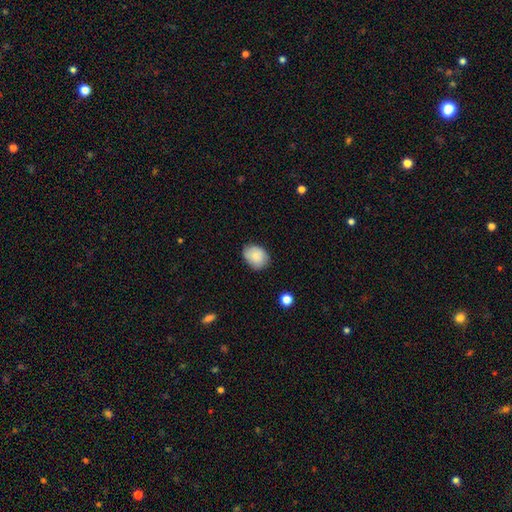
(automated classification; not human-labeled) smooth_or_featured: smooth (p=0.83) [alt: featured or disk p=0.10]
how_rounded: in between (p=0.57) [alt: round p=0.42]
merging: none (p=0.76) [alt: minor disturbance p=0.20]